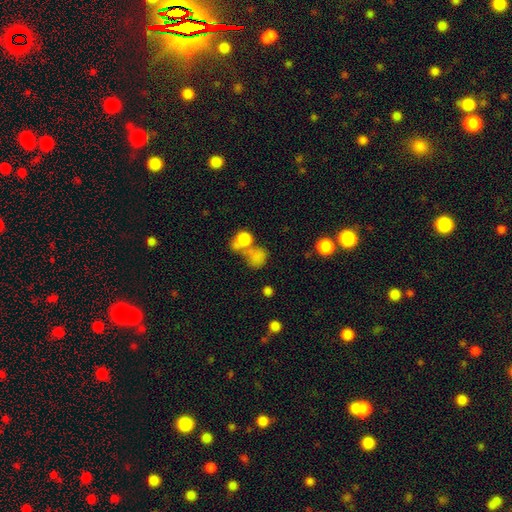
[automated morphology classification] This is likely a smooth galaxy (74%). How rounded: likely round (64%). Merging: marginally merger (42%).